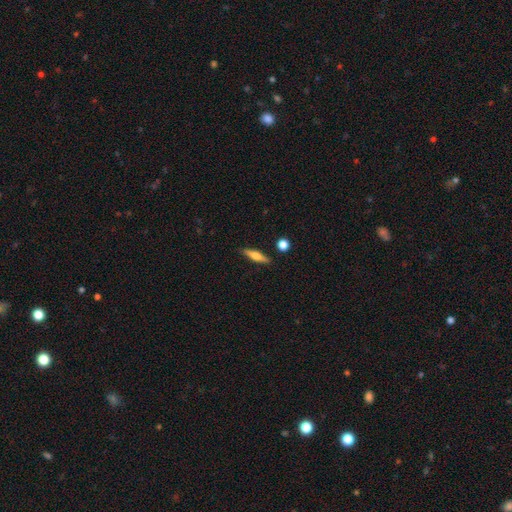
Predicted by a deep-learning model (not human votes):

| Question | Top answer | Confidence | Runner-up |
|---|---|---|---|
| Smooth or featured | smooth | 51% | featured or disk (42%) |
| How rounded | cigar-shaped | 70% | in between (27%) |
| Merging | none | 86% | minor disturbance (9%) |